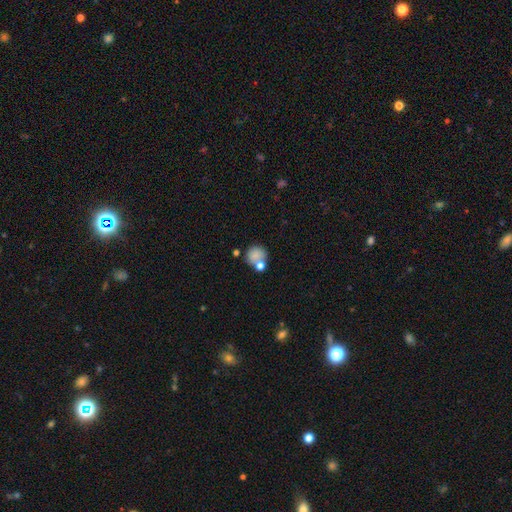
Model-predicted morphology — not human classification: A smooth galaxy with no disk features (79%) that is round (84%). Merging: none (54%).